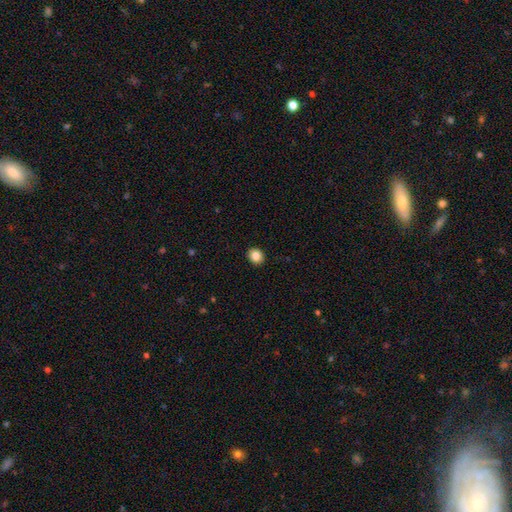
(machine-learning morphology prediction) Overall: smooth (85%). How rounded: round (69%; in between 31%). Merging: none (92%).